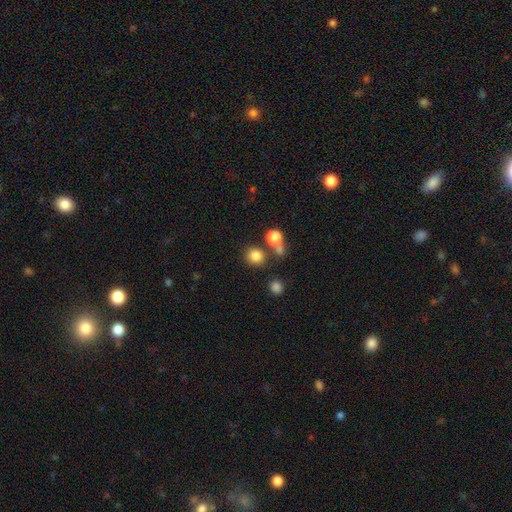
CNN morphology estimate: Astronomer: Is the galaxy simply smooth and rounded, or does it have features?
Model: smooth — 81%.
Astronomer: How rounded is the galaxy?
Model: round — 87%.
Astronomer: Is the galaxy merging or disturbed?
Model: none — 75%.